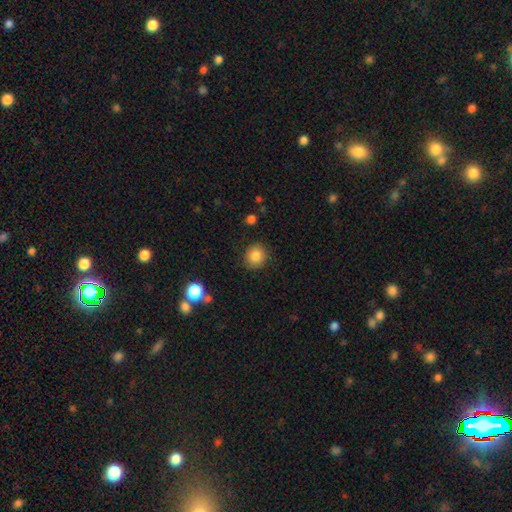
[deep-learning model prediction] The model was most divided on "how rounded": round: 83%, in between: 16%, cigar-shaped: 1%. More confident: merging — none (88%); smooth or featured — smooth (85%).